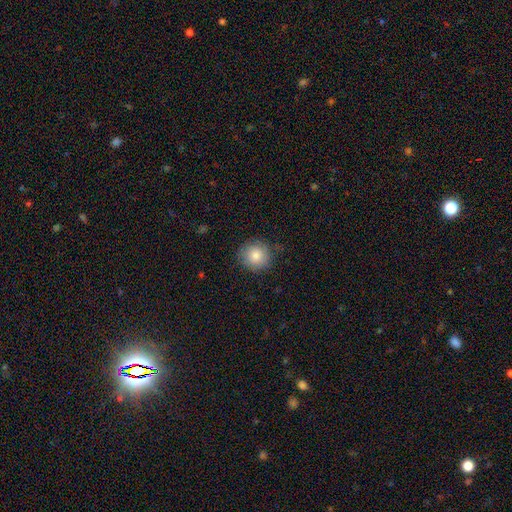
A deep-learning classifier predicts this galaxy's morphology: smooth-or-featured: smooth: 83% | featured or disk: 9% | star or artifact: 9%
  how-rounded: round: 90% | in between: 9% | cigar-shaped: 1%
  merging: none: 81% | minor disturbance: 14% | major disturbance: 3% | merger: 1%